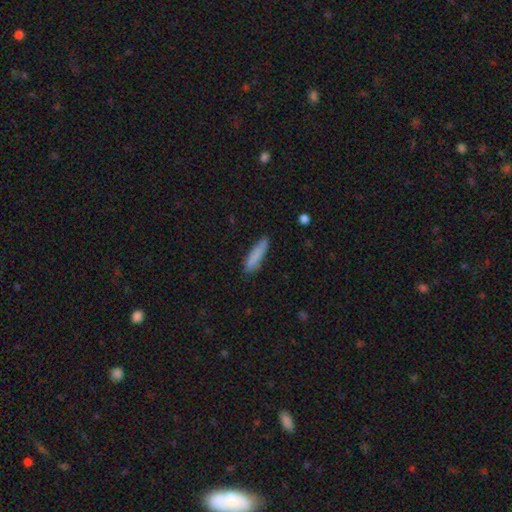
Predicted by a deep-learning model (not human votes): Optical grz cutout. It shows a smooth galaxy with no disk features (84%) that is cigar-shaped (82%). Merging: none (84%).